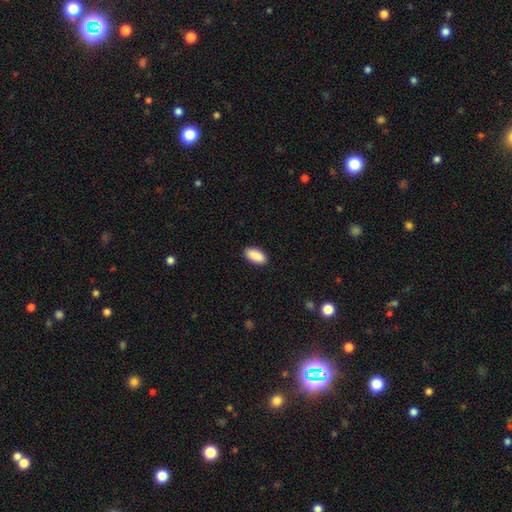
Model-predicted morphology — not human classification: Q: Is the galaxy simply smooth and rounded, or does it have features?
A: smooth — 91%.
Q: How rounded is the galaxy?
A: in between — 93%.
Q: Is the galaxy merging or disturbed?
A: none — 90%.